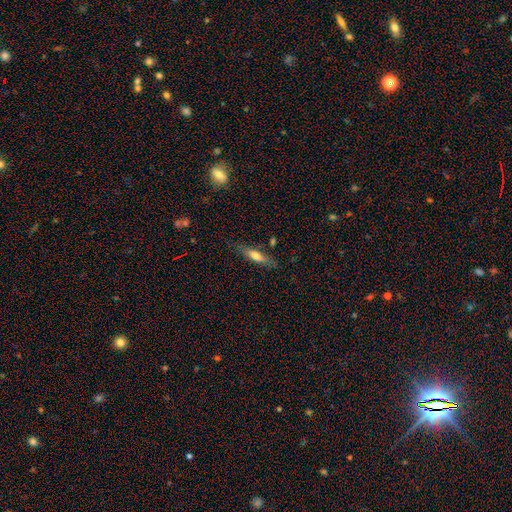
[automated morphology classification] Q: Smooth or featured?
A: smooth (60%); runner-up: featured or disk (33%)
Q: How rounded?
A: cigar-shaped (72%); runner-up: in between (27%)
Q: Merging?
A: none (78%); runner-up: minor disturbance (15%)